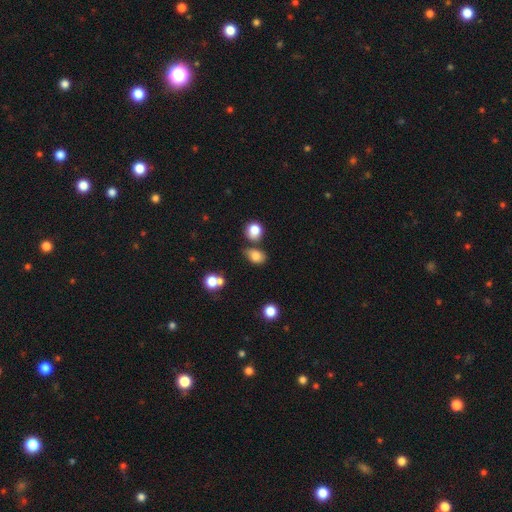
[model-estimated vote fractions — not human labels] smooth 80%, star or artifact 12%, featured or disk 7%. Down the decision tree: how rounded — in between (67%); merging — none (58%).